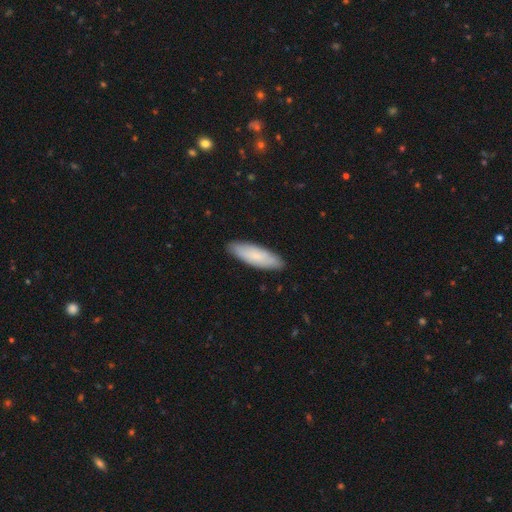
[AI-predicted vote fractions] Q: Smooth or featured?
A: smooth (77%); runner-up: featured or disk (17%)
Q: How rounded?
A: in between (50%); runner-up: cigar-shaped (48%)
Q: Merging?
A: none (88%); runner-up: minor disturbance (9%)